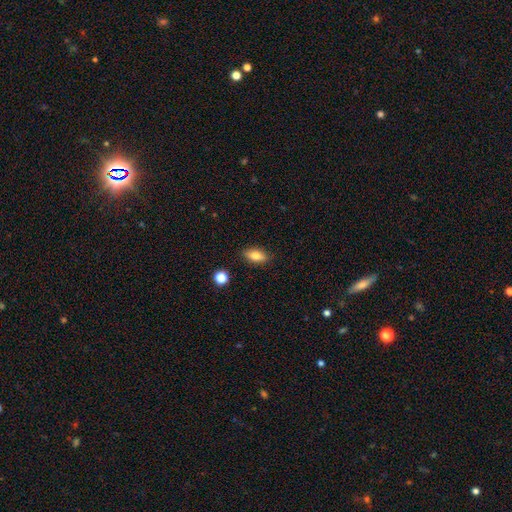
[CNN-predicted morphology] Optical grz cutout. It shows a smooth galaxy with no disk features (76%) that is in between round and cigar-shaped (83%). Merging: none (88%).